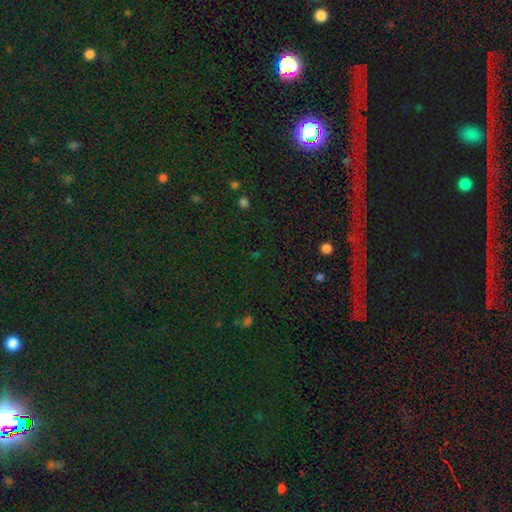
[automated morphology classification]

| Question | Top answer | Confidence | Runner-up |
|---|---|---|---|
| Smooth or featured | star or artifact | 79% | smooth (12%) |